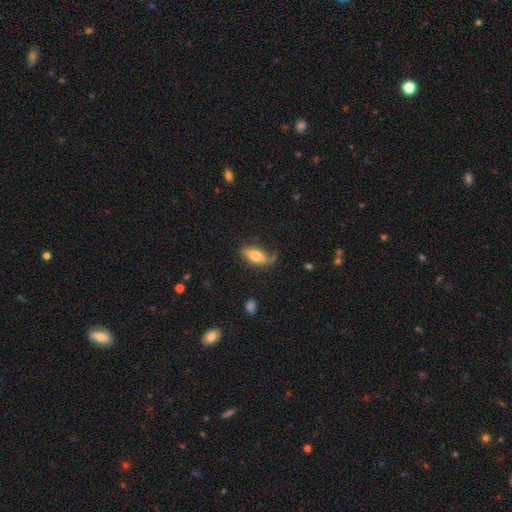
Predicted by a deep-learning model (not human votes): This appears to be a smooth galaxy with no disk features (68%) that is in between round and cigar-shaped (79%). Merging: none (56%).